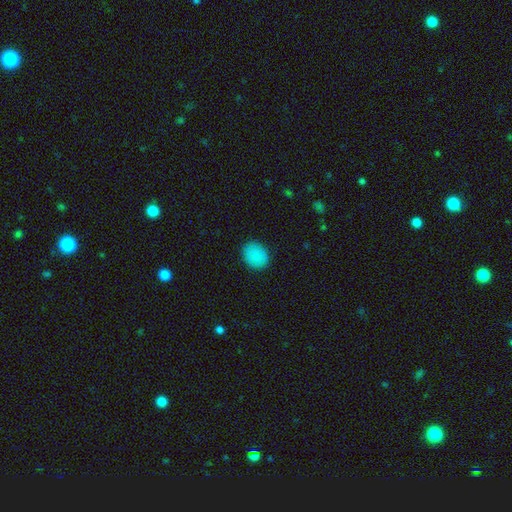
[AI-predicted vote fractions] Morphology: type=smooth (87%); roundness=round (50%, tied with in between); merging=none (87%).